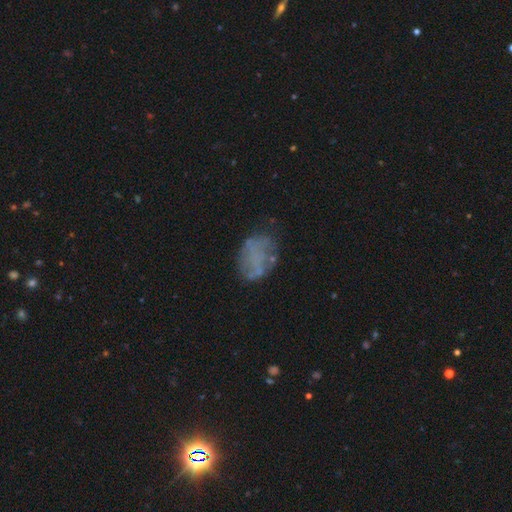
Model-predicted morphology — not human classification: A featured or disk galaxy (49%). Merging: none (57%).